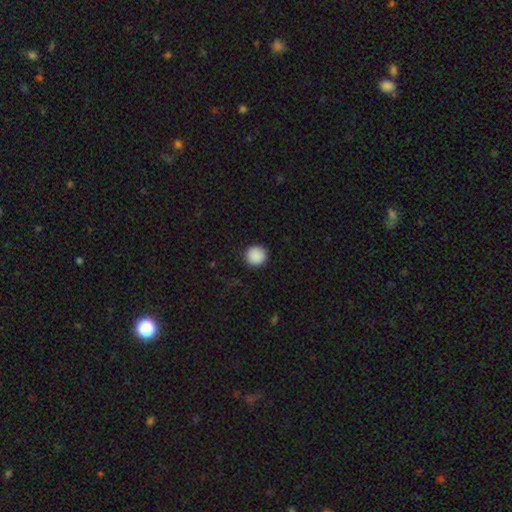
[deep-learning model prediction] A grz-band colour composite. It shows a smooth galaxy with no disk features (90%) that is round (95%). Merging: none (91%).